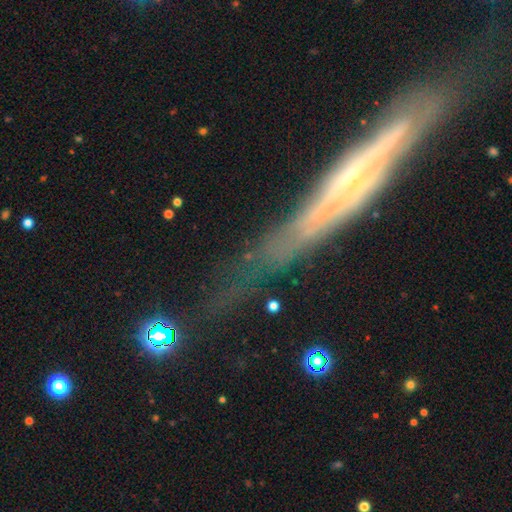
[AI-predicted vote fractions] Smooth or featured: featured or disk — 75% (smooth — 16%)
Edge-on disk: yes — 87% (no — 13%)
Edge-on bulge: rounded — 46% (none — 42%)
Merging: none — 72% (minor disturbance — 18%)